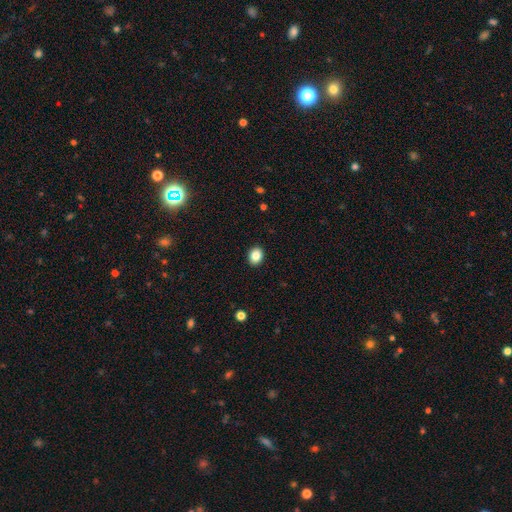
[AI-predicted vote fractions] smooth-or-featured: smooth: 86% | star or artifact: 10% | featured or disk: 5%
  how-rounded: round: 51% | in between: 48% | cigar-shaped: 1%
  merging: none: 92% | minor disturbance: 6% | major disturbance: 2% | merger: 1%